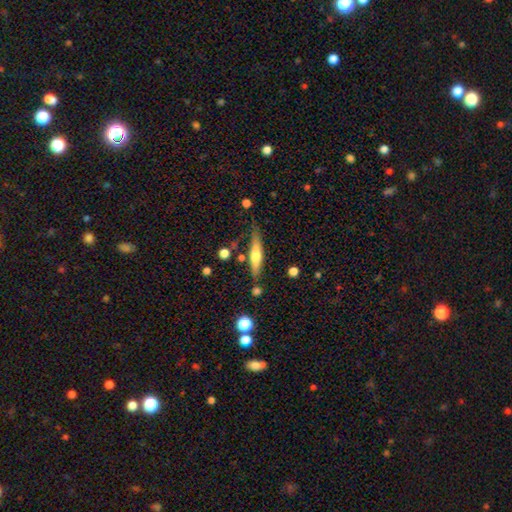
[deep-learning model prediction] smooth_or_featured: smooth (p=0.48) [alt: featured or disk p=0.46]
merging: none (p=0.70) [alt: minor disturbance p=0.19]